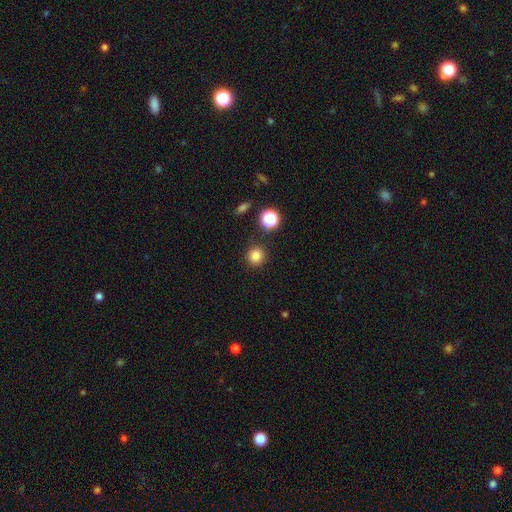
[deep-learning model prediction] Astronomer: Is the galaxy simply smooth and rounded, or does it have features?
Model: smooth — 82%.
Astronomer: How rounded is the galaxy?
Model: round — 92%.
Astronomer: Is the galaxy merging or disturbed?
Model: none — 87%.